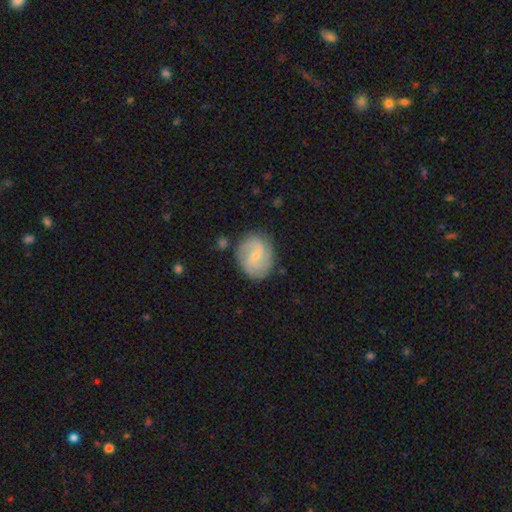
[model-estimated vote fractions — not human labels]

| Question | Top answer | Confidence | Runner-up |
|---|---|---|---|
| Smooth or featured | featured or disk | 63% | smooth (30%) |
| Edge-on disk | no | 97% | yes (3%) |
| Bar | no | 48% | weak (44%) |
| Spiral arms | yes | 88% | no (12%) |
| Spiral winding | medium | 44% | loose (30%) |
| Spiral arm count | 2 | 62% | can't tell (17%) |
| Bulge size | small | 73% | moderate (22%) |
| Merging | none | 78% | minor disturbance (15%) |